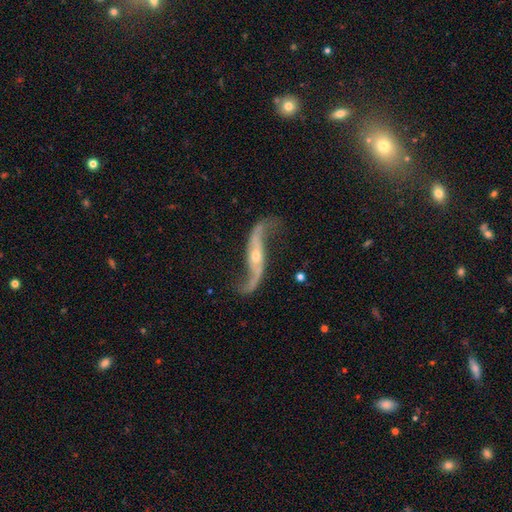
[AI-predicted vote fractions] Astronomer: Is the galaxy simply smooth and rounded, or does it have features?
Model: featured or disk — 91%.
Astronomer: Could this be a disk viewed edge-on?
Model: no — 86%.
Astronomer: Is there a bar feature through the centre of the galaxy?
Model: no — 40% (runner-up: strong, 30%).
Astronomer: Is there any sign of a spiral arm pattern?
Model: yes — 97%.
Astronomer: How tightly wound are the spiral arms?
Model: loose — 90%.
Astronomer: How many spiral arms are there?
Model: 2 — 94%.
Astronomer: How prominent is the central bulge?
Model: small — 58% (runner-up: moderate, 35%).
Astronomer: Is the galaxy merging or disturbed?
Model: none — 74%.